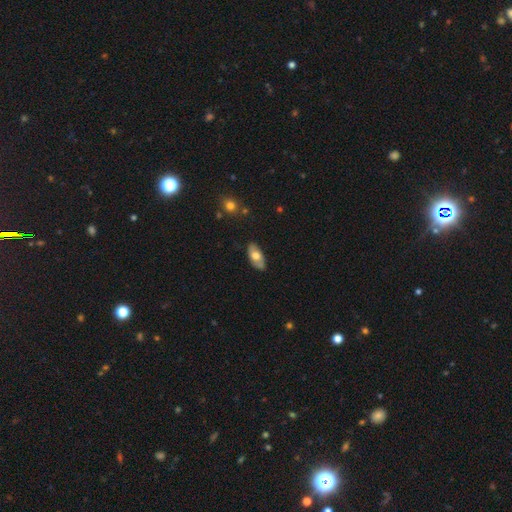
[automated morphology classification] smooth 62%, featured or disk 32%, star or artifact 6%. Down the decision tree: how rounded — in between (90%); merging — none (81%).